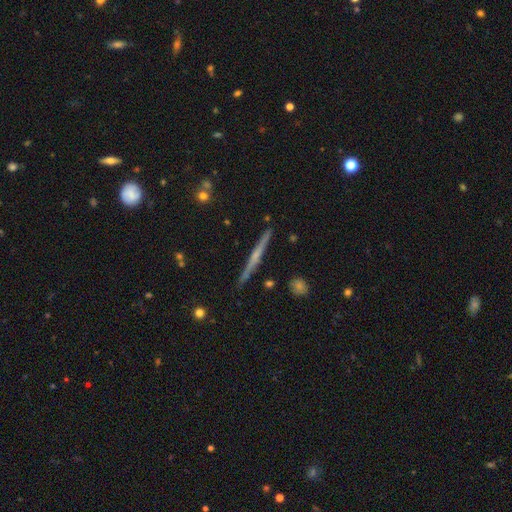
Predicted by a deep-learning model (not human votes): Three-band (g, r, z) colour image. It shows a featured or disk galaxy (68%) viewed edge-on (98%) with no central bulge (50%). Merging: none (90%).